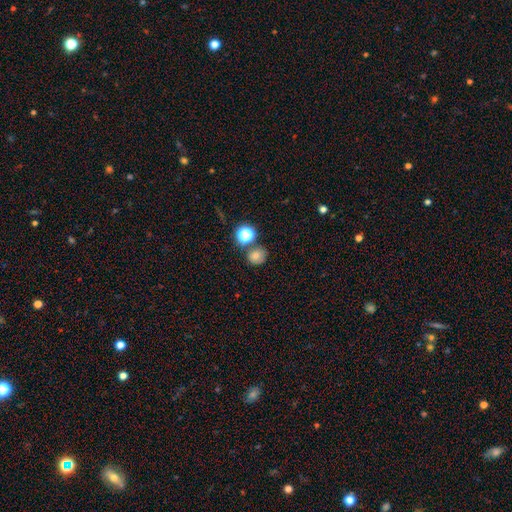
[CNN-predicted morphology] Q: Smooth or featured?
A: smooth (73%); runner-up: star or artifact (18%)
Q: How rounded?
A: round (79%); runner-up: in between (20%)
Q: Merging?
A: none (69%); runner-up: merger (17%)